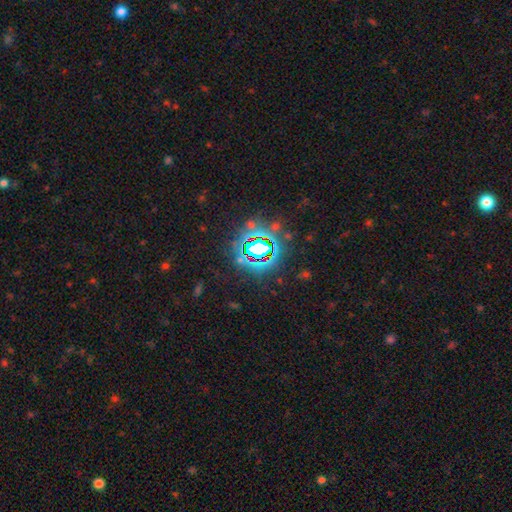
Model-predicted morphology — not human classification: type=star or artifact (79%).